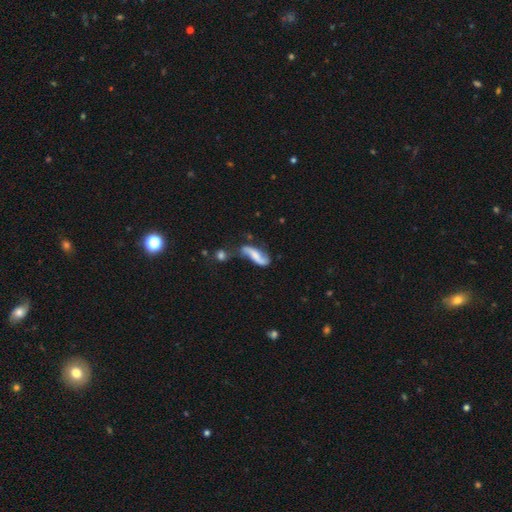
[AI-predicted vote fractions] featured or disk 59%, smooth 34%, star or artifact 8%. Down the decision tree: edge-on disk — no (87%); bar — no (44%); spiral arms — yes (88%); bulge size — none (34%); merging — none (44%).